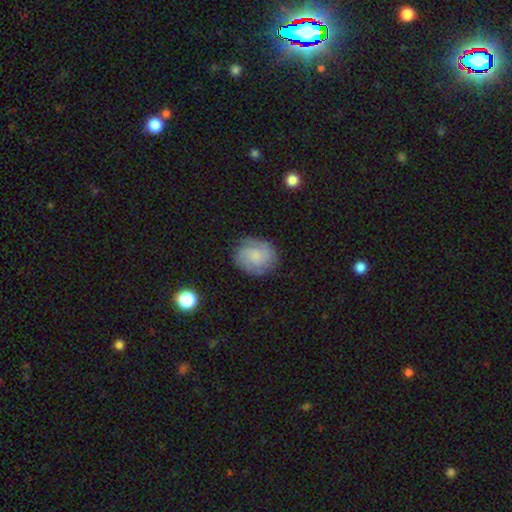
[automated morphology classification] Q: Smooth or featured?
A: featured or disk (46%); tied with: smooth (46%)
Q: Merging?
A: none (75%); runner-up: minor disturbance (18%)